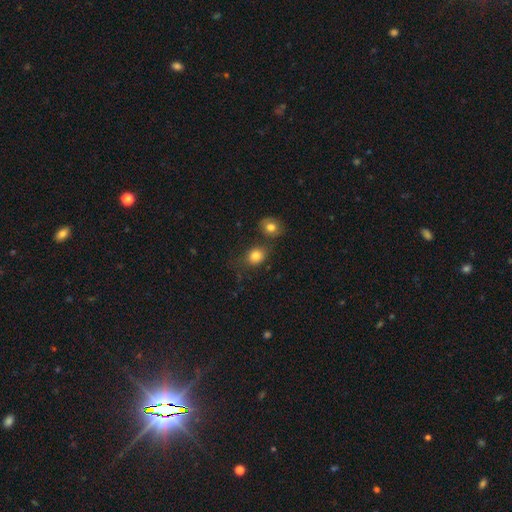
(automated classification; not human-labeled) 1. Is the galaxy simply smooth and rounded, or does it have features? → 81% smooth, 11% star or artifact, 8% featured or disk.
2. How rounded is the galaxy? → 62% round, 37% in between, 1% cigar-shaped.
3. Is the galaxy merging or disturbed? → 64% none, 16% merger, 14% minor disturbance, 5% major disturbance.